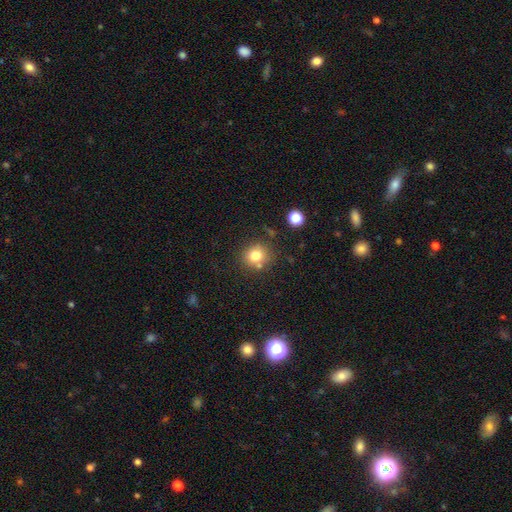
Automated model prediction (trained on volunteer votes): Smooth or featured? smooth (78%)
How rounded? round (85%)
Merging? none (73%)